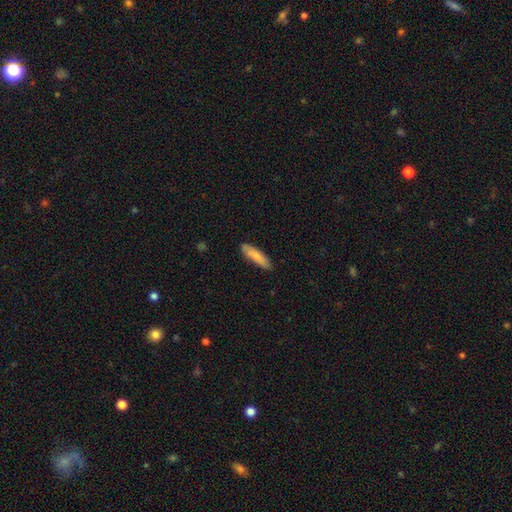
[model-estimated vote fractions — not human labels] A smooth galaxy with no disk features (81%) that is cigar-shaped (71%). Merging: none (83%).